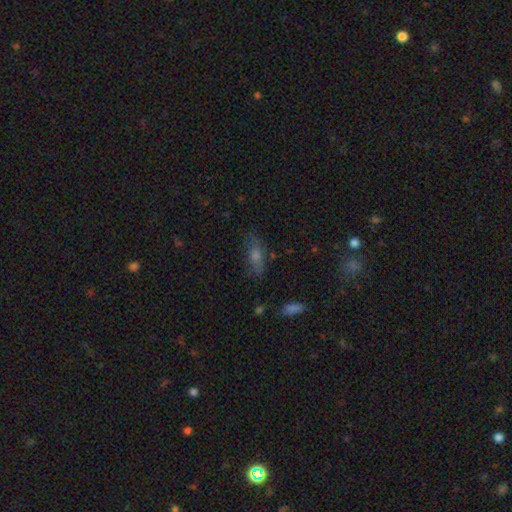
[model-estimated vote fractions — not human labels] Smooth or featured? smooth (52%)
How rounded? in between (65%)
Merging? none (76%)